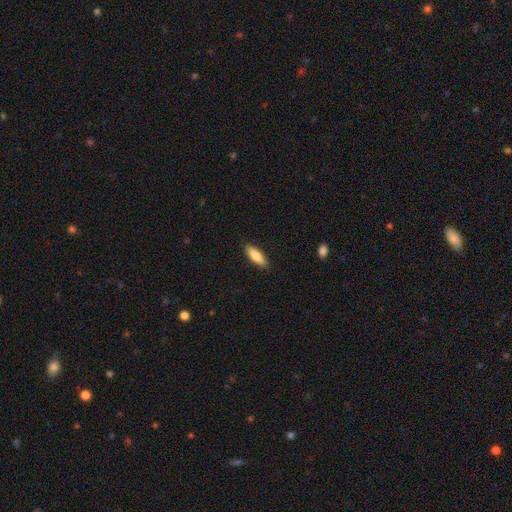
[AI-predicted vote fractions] This appears to be a smooth galaxy with no disk features (85%) that is in between round and cigar-shaped (62%). Merging: none (88%).